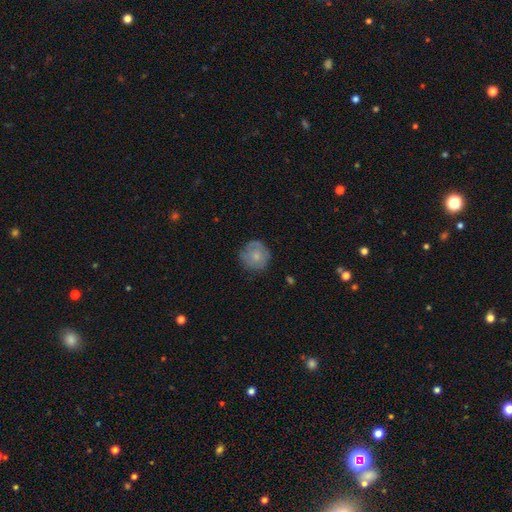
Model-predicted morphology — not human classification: type=smooth (67%); roundness=round (92%); merging=none (74%).